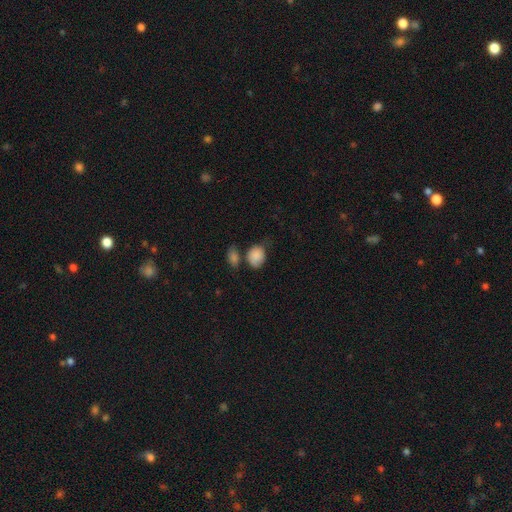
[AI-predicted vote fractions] Smooth or featured? smooth (87%)
How rounded? in between (55%)
Merging? none (49%)